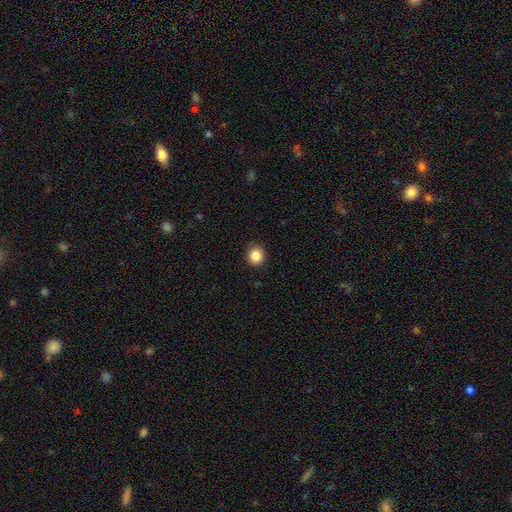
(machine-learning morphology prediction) A smooth galaxy with no disk features (86%) that is round (90%).

Vote fractions:
- Smooth or featured? smooth: 86% / star or artifact: 10% / featured or disk: 4%
- How rounded? round: 90% / in between: 9% / cigar-shaped: 1%
- Merging? none: 92% / minor disturbance: 5% / major disturbance: 2% / merger: 1%